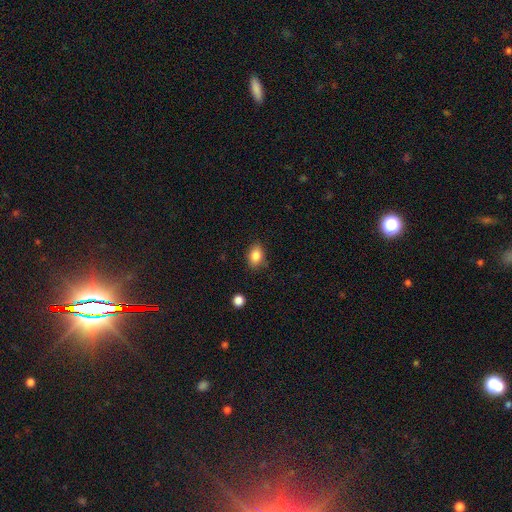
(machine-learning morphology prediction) smooth 86%, star or artifact 9%, featured or disk 5%. Down the decision tree: how rounded — in between (79%); merging — none (81%).